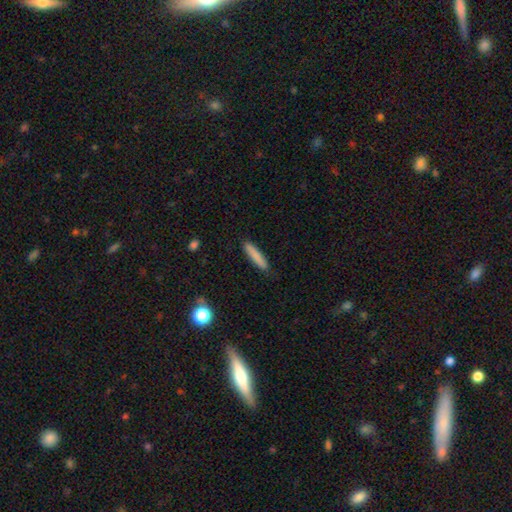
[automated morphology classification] Smooth or featured? Predicted: smooth (p=0.83). How rounded? Predicted: cigar-shaped (p=0.90). Merging? Predicted: none (p=0.87).